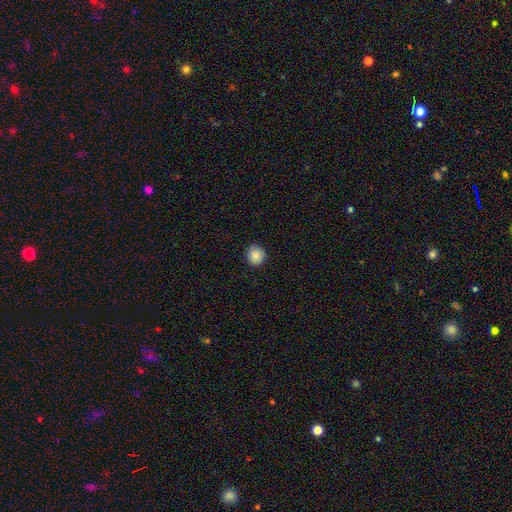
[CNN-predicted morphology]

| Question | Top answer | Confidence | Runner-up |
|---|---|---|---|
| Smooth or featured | smooth | 87% | star or artifact (9%) |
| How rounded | round | 89% | in between (10%) |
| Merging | none | 88% | minor disturbance (10%) |